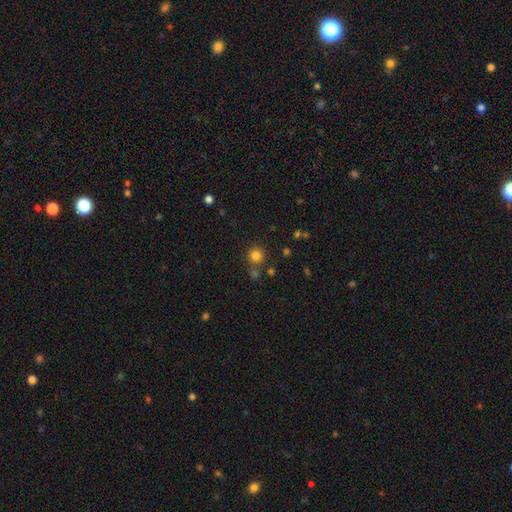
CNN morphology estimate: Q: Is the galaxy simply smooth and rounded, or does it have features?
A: smooth — 81%.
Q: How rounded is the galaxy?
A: round — 92%.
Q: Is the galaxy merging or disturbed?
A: none — 76%.